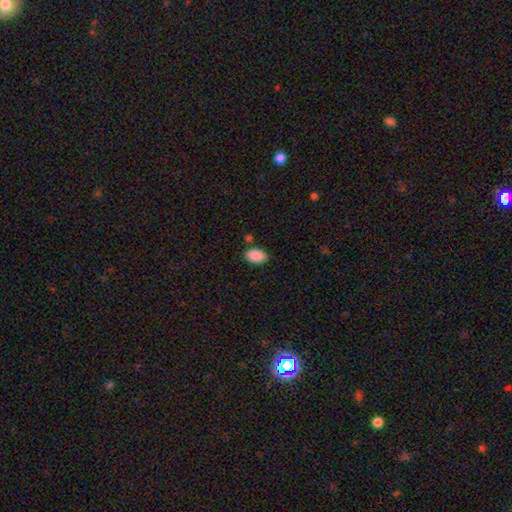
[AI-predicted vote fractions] smooth-or-featured: smooth: 90% | star or artifact: 7% | featured or disk: 3%
  how-rounded: in between: 91% | round: 7% | cigar-shaped: 1%
  merging: none: 80% | minor disturbance: 12% | merger: 5% | major disturbance: 3%